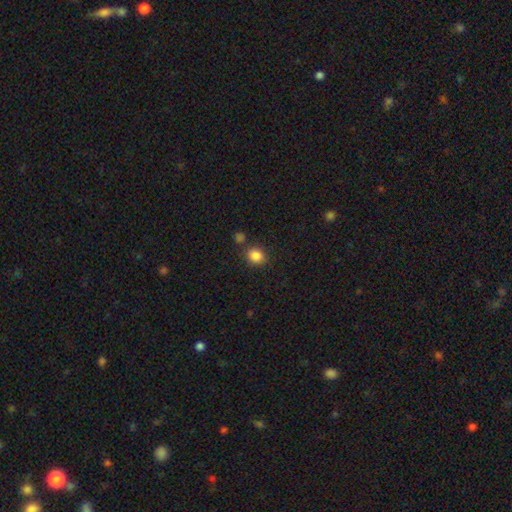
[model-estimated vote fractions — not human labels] This is clearly a smooth galaxy (86%). How rounded: likely round (70%). Merging: likely none (79%).